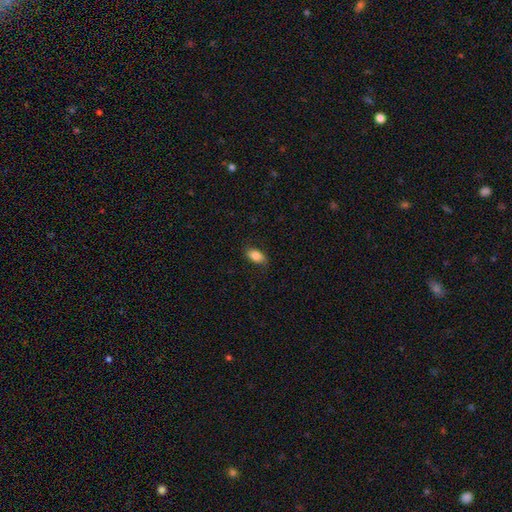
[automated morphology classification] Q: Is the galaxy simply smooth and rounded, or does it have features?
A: smooth — 82%.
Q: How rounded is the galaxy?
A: in between — 90%.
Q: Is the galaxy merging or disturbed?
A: none — 81%.